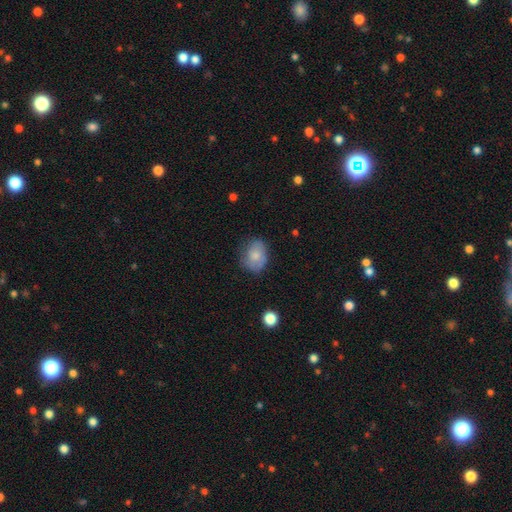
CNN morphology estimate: Smooth or featured: smooth — 72% (featured or disk — 20%)
How rounded: in between — 63% (round — 36%)
Merging: none — 65% (minor disturbance — 26%)